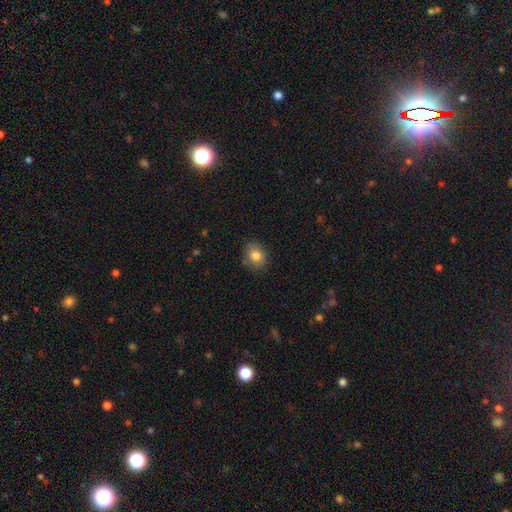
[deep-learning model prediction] Smooth or featured? Predicted: smooth (p=0.82). How rounded? Predicted: round (p=0.57). Merging? Predicted: none (p=0.84).